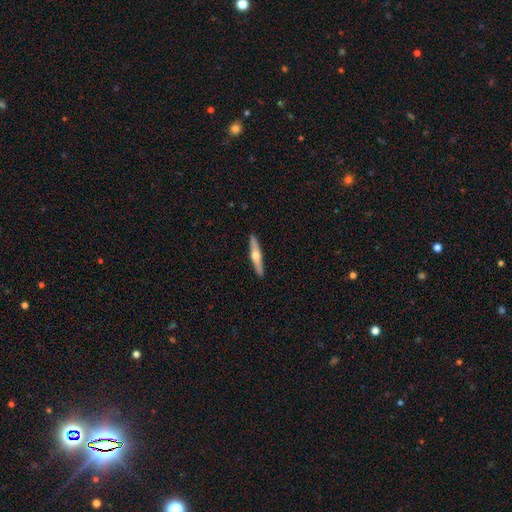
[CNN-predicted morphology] Smooth or featured? featured or disk (57%)
Edge-on disk? yes (96%)
Edge-on bulge? rounded (92%)
Merging? none (92%)